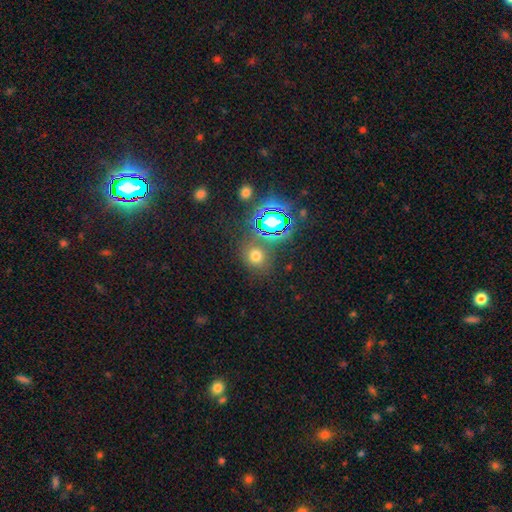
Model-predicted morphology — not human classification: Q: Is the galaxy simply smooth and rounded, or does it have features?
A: smooth — 60%.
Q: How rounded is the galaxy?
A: round — 77%.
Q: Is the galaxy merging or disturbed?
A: none — 75%.